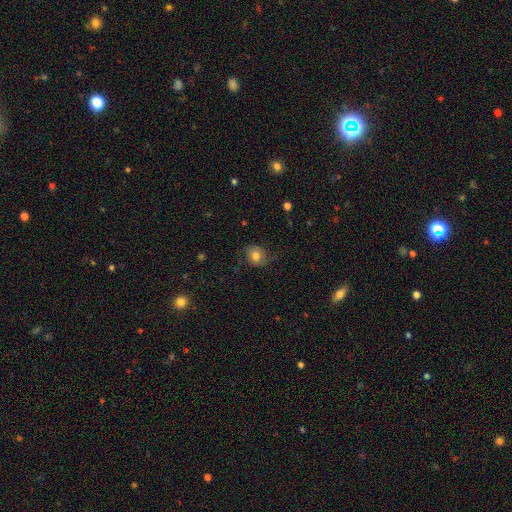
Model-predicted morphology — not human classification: Smooth or featured: smooth — 67% (featured or disk — 22%)
How rounded: round — 71% (in between — 28%)
Merging: none — 68% (minor disturbance — 20%)